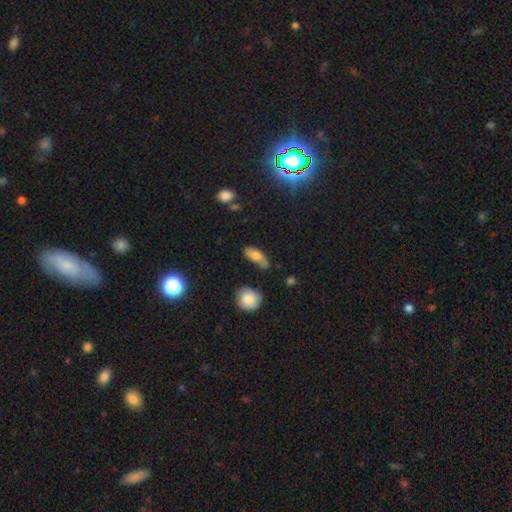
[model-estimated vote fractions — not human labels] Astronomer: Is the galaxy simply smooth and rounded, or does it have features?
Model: smooth — 72%.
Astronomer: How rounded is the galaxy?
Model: in between — 78%.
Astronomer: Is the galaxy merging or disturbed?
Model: none — 49% (runner-up: minor disturbance, 33%).